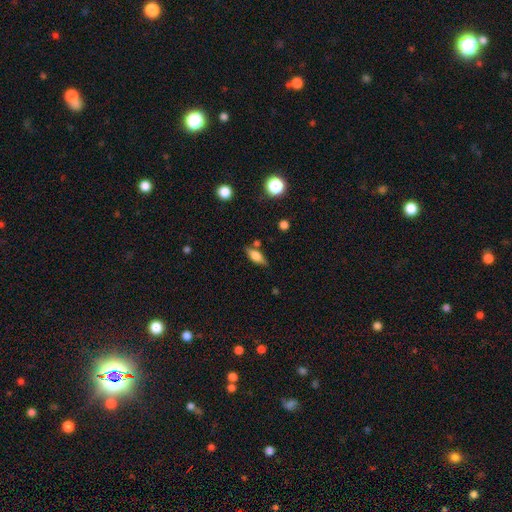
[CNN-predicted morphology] This is likely a smooth galaxy (62%). How rounded: likely in between (70%). Merging: likely none (75%).